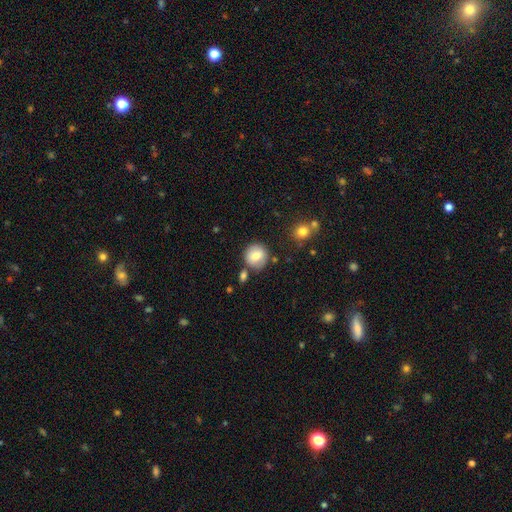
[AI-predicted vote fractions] Smooth or featured? Predicted: smooth (p=0.77). How rounded? Predicted: round (p=0.91). Merging? Predicted: none (p=0.76).